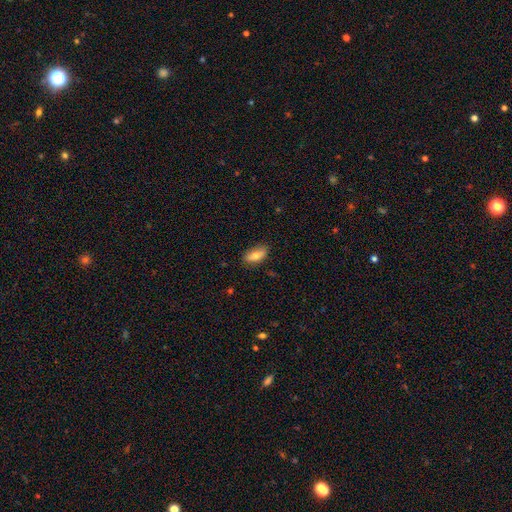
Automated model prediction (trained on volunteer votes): A smooth galaxy with no disk features (72%) that is in between round and cigar-shaped (85%).

Vote fractions:
- Smooth or featured? smooth: 72% / featured or disk: 21% / star or artifact: 7%
- How rounded? in between: 85% / cigar-shaped: 11% / round: 4%
- Merging? none: 81% / minor disturbance: 15% / major disturbance: 3% / merger: 1%